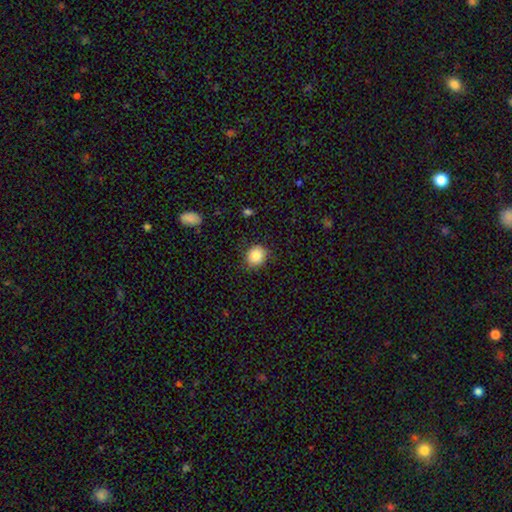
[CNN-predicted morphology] Smooth or featured? smooth (85%)
How rounded? round (76%)
Merging? none (84%)